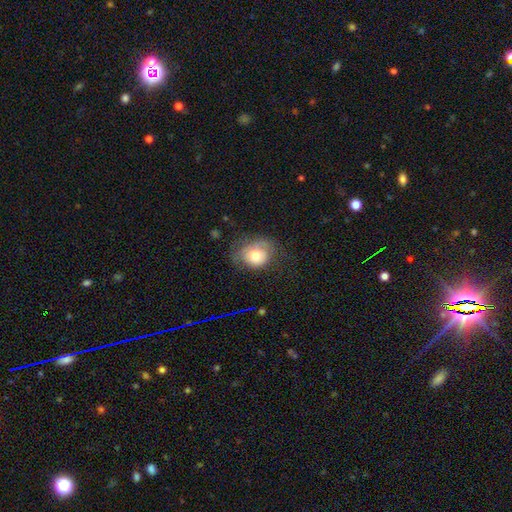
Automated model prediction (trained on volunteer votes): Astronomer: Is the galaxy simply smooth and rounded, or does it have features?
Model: smooth — 65%.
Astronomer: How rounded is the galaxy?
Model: round — 57% (runner-up: in between, 42%).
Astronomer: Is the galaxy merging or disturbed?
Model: none — 51% (runner-up: minor disturbance, 30%).